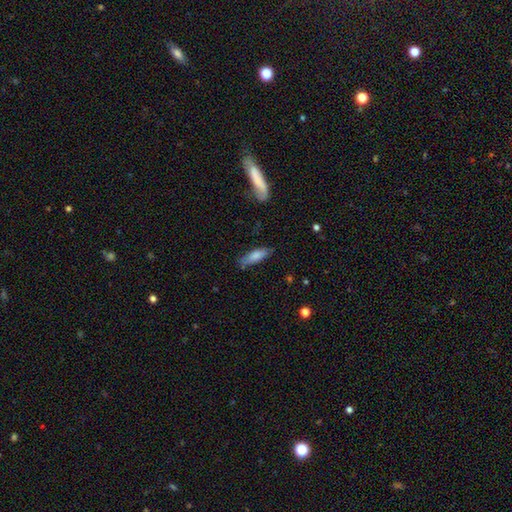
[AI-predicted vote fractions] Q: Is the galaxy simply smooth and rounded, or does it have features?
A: smooth — 78%.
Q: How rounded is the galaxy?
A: cigar-shaped — 53%.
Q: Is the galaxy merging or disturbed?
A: none — 77%.